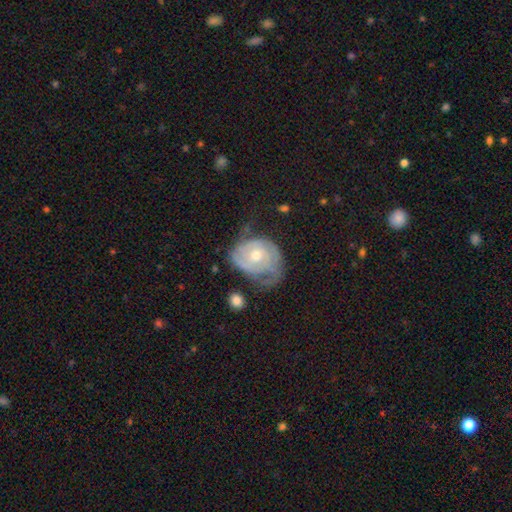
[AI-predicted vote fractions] smooth-or-featured: featured or disk: 74% | smooth: 20% | star or artifact: 6%
  disk-edge-on: no: 97% | yes: 3%
    bar: no: 76% | weak: 21% | strong: 3%
    has-spiral-arms: yes: 84% | no: 16%
      spiral-winding: tight: 60% | medium: 28% | loose: 12%
      spiral-arm-count: 2: 40% | can't tell: 35% | 3: 10% | 1: 10% | 4: 3% | more than 4: 3%
    bulge-size: moderate: 62% | small: 32% | large: 3% | none: 1% | dominant: 1%
  merging: none: 39% | minor disturbance: 32% | major disturbance: 25% | merger: 3%